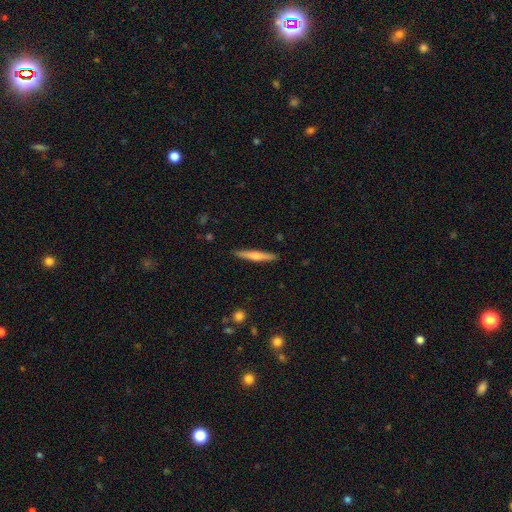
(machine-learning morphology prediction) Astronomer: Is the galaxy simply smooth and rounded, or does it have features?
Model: smooth — 57% (runner-up: featured or disk, 38%).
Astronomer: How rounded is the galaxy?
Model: cigar-shaped — 94%.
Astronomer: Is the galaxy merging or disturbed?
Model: none — 90%.